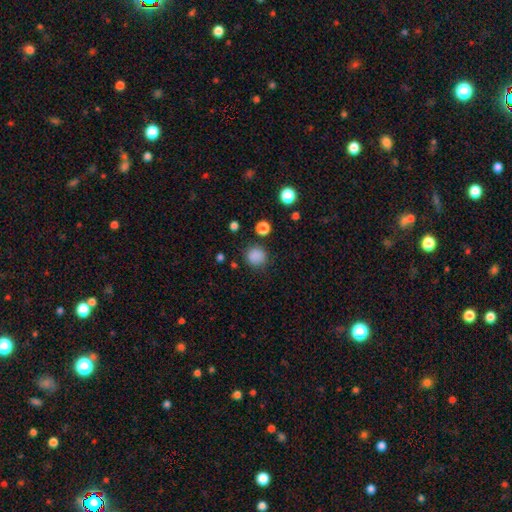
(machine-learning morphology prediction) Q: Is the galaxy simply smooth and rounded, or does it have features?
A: smooth — 83%.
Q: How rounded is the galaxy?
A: round — 87%.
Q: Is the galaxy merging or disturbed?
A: none — 80%.